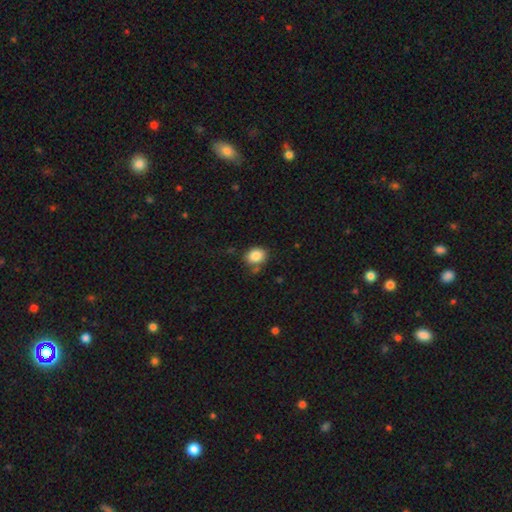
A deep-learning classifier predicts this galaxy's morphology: Q: Smooth or featured?
A: smooth (86%); runner-up: star or artifact (9%)
Q: How rounded?
A: in between (53%); runner-up: round (46%)
Q: Merging?
A: none (72%); runner-up: minor disturbance (16%)